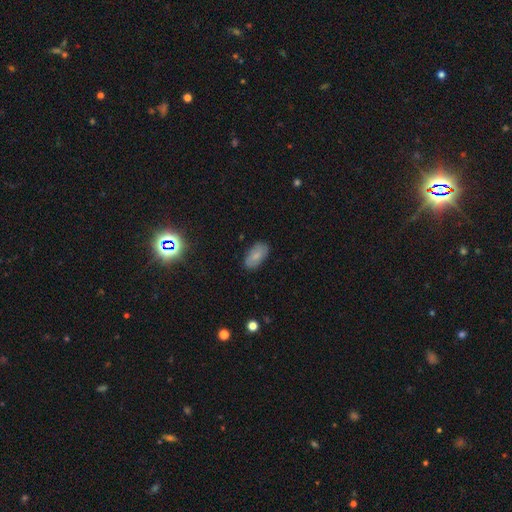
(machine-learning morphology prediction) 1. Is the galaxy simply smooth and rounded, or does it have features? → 77% smooth, 15% featured or disk, 8% star or artifact.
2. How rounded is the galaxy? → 94% in between, 3% round, 3% cigar-shaped.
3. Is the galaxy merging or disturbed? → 85% none, 12% minor disturbance, 2% major disturbance, 1% merger.